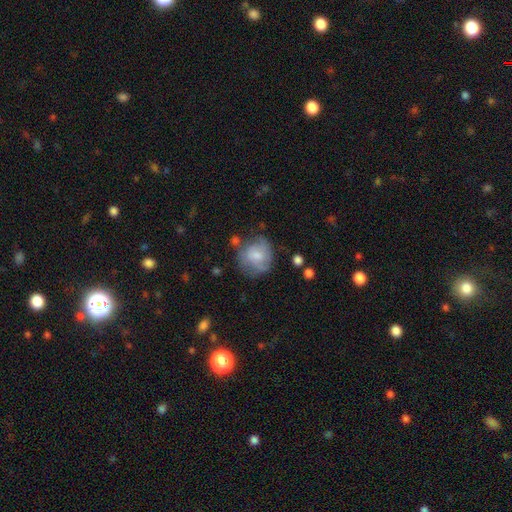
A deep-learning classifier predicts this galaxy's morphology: Smooth or featured? smooth (60%)
How rounded? round (76%)
Merging? none (52%)